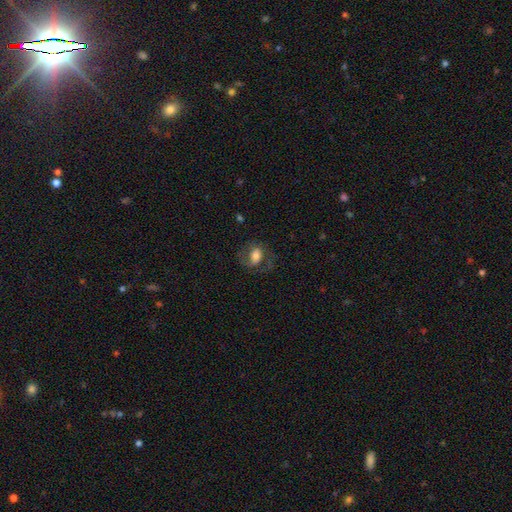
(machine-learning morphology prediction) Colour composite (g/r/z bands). It shows a smooth galaxy with no disk features (53%) that is in between round and cigar-shaped (71%). Merging: none (60%).